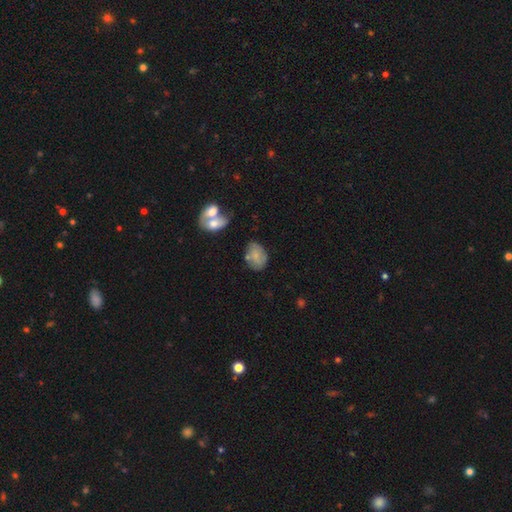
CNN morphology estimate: Smooth or featured?
  - smooth: 67% *
  - featured or disk: 25%
  - star or artifact: 8%
How rounded?
  - in between: 81% *
  - round: 18%
  - cigar-shaped: 1%
Merging?
  - none: 58% *
  - minor disturbance: 23%
  - merger: 11%
  - major disturbance: 7%